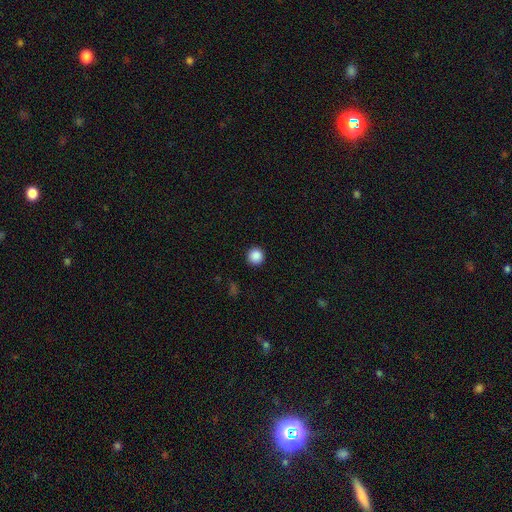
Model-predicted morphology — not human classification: smooth 88%, star or artifact 10%, featured or disk 2%. Down the decision tree: how rounded — round (95%); merging — none (93%).